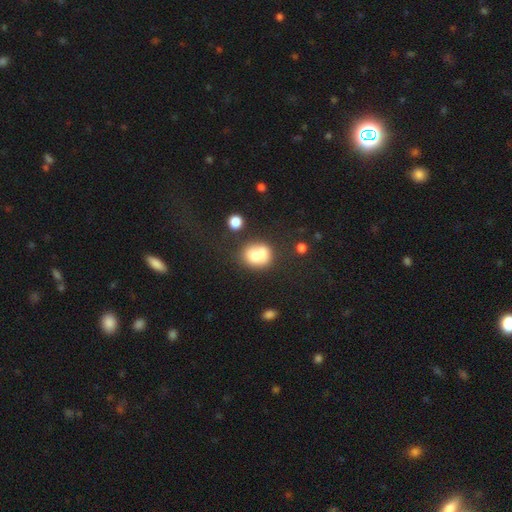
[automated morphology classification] The model was most divided on "merging": none: 42%, merger: 36%, minor disturbance: 16%, major disturbance: 7%. More confident: smooth or featured — smooth (73%); how rounded — round (65%).